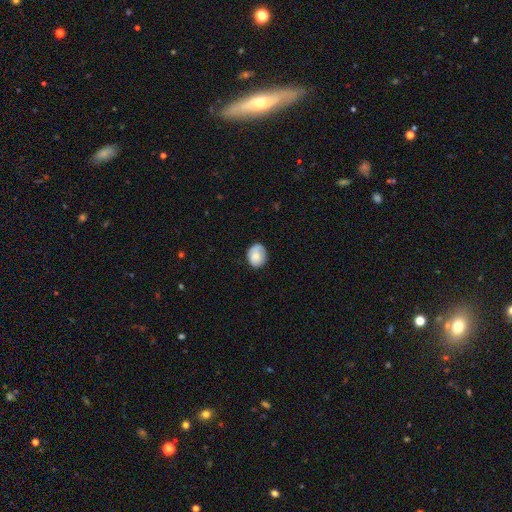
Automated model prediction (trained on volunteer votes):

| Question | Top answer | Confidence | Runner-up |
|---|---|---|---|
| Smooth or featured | smooth | 74% | featured or disk (18%) |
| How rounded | round | 54% | in between (46%) |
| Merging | none | 68% | minor disturbance (24%) |